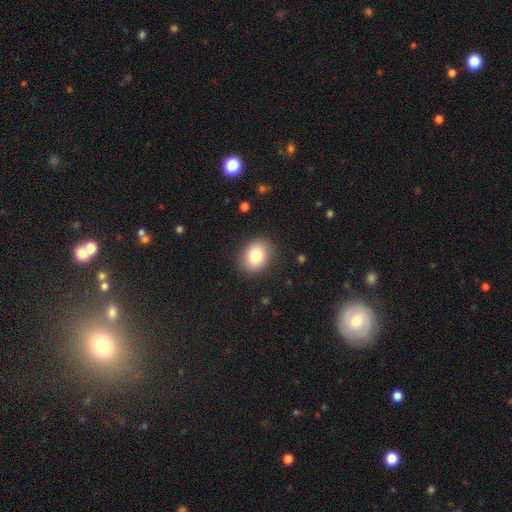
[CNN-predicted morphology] This appears to be a smooth galaxy with no disk features (82%) that is in between round and cigar-shaped (53%). Merging: none (86%).